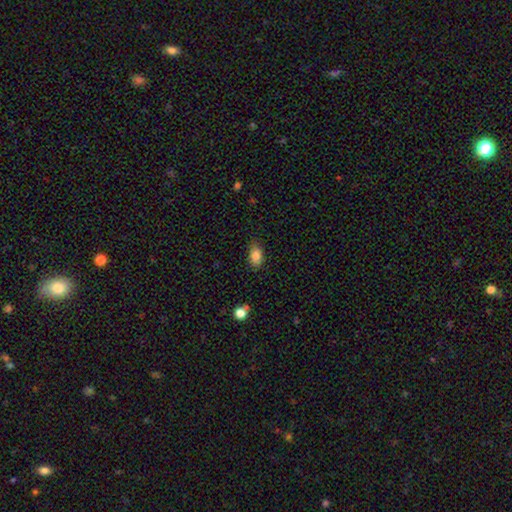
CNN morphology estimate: Q: Smooth or featured?
A: smooth (85%); runner-up: star or artifact (8%)
Q: How rounded?
A: in between (88%); runner-up: round (9%)
Q: Merging?
A: none (82%); runner-up: minor disturbance (14%)